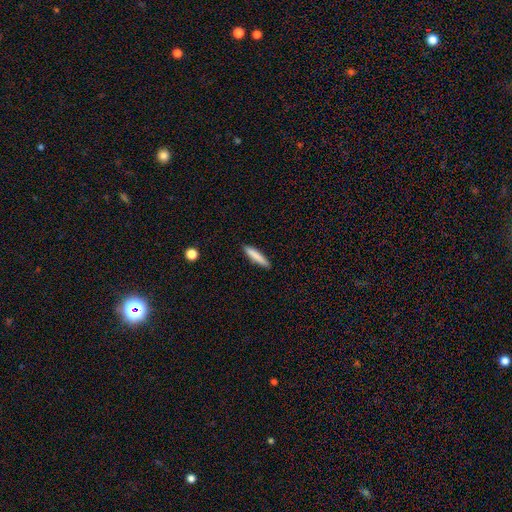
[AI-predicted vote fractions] Q: Smooth or featured?
A: smooth (82%); runner-up: featured or disk (11%)
Q: How rounded?
A: cigar-shaped (90%); runner-up: in between (9%)
Q: Merging?
A: none (90%); runner-up: minor disturbance (7%)